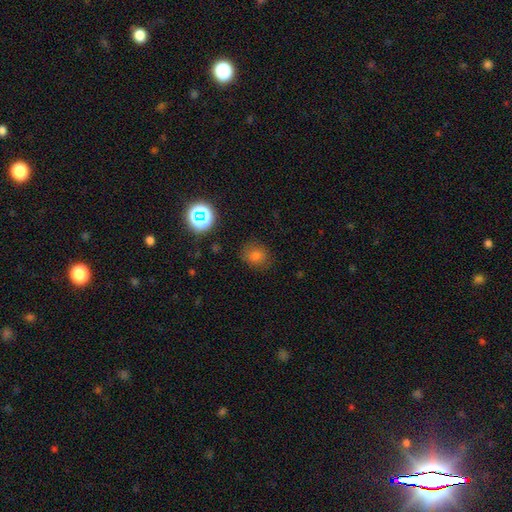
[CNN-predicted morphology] Overall: smooth (71%). How rounded: round (75%). Merging: none (82%).